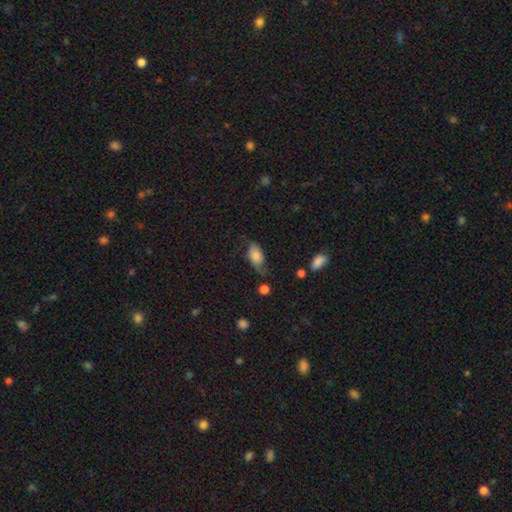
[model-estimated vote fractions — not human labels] This is likely a smooth galaxy (69%). How rounded: clearly in between (90%). Merging: marginally none (42%).